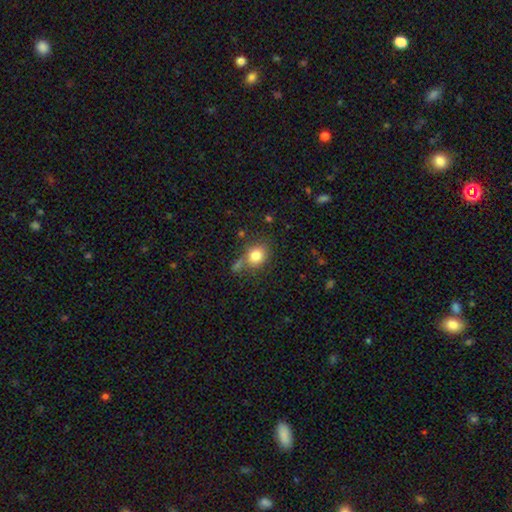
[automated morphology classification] The model was most divided on "how rounded": round: 58%, in between: 41%, cigar-shaped: 1%. More confident: smooth or featured — smooth (81%); merging — none (62%).